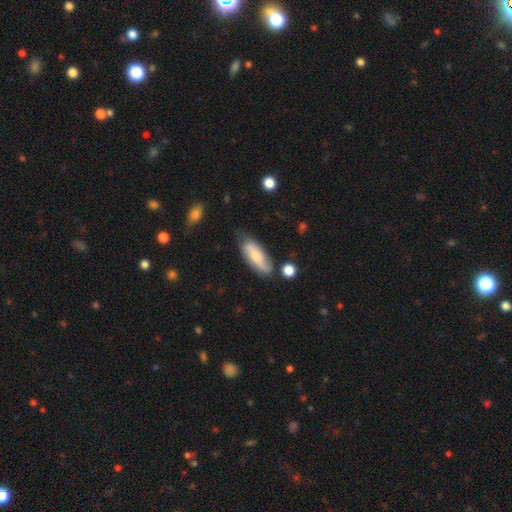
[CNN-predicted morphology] Smooth or featured?
  - smooth: 51% *
  - featured or disk: 43%
  - star or artifact: 7%
How rounded?
  - in between: 71% *
  - cigar-shaped: 27%
  - round: 2%
Merging?
  - none: 66% *
  - minor disturbance: 24%
  - major disturbance: 5%
  - merger: 4%